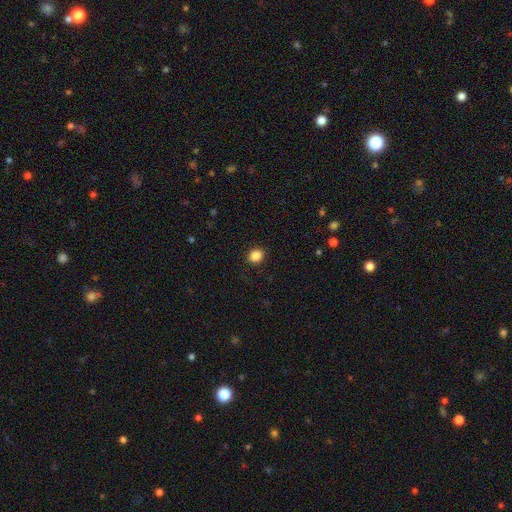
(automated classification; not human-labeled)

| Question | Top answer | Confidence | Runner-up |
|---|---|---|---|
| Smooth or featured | smooth | 87% | star or artifact (10%) |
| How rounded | round | 57% | in between (42%) |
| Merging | none | 90% | minor disturbance (7%) |